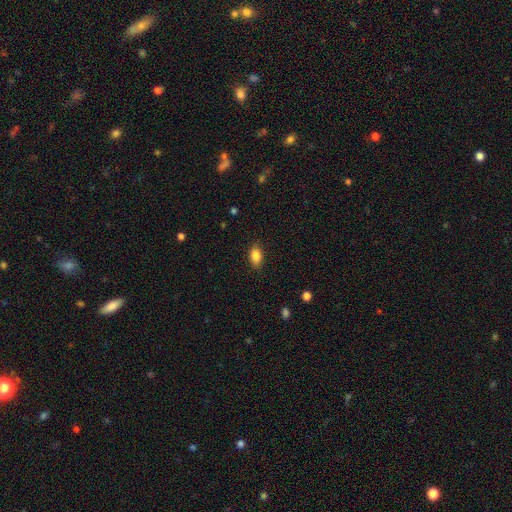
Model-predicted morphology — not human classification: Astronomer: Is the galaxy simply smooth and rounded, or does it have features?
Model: smooth — 86%.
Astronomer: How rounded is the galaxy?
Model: in between — 88%.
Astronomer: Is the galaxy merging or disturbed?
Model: none — 85%.